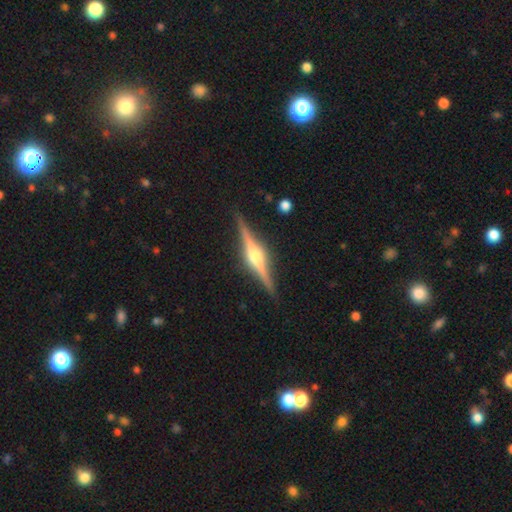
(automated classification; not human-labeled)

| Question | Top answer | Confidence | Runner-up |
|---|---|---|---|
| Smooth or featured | featured or disk | 84% | smooth (11%) |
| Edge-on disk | yes | 98% | no (2%) |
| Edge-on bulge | rounded | 92% | boxy (5%) |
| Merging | none | 90% | minor disturbance (7%) |